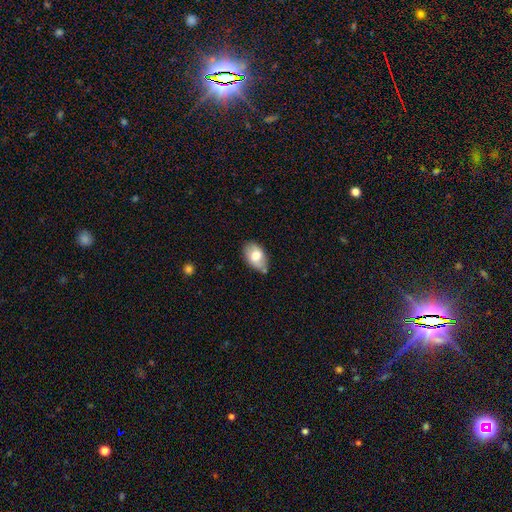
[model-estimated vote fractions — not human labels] The model was most divided on "merging": none: 68%, minor disturbance: 23%, merger: 5%, major disturbance: 4%. More confident: how rounded — in between (92%); smooth or featured — smooth (73%).